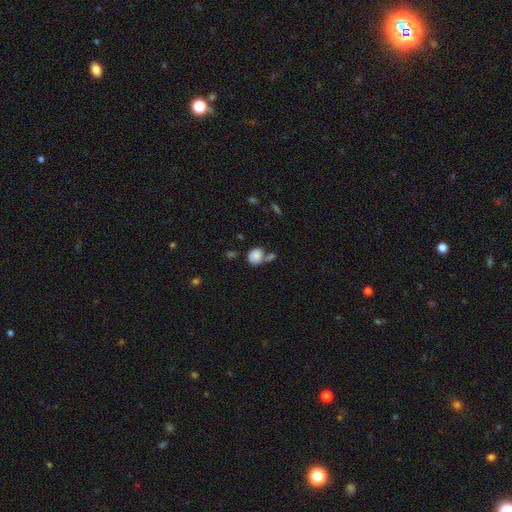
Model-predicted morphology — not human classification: The model was most divided on "merging": none: 41%, merger: 32%, minor disturbance: 18%, major disturbance: 8%. More confident: smooth or featured — smooth (79%); how rounded — round (61%).